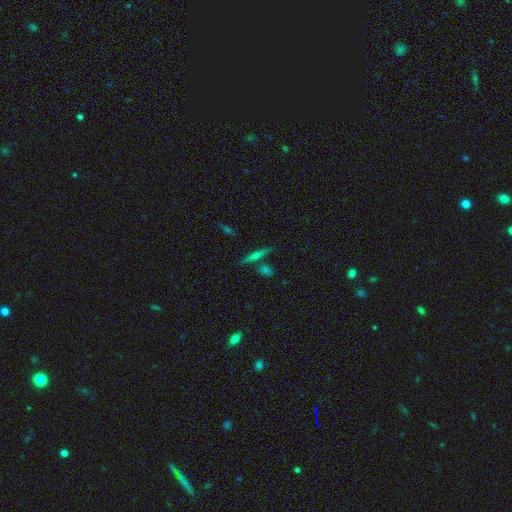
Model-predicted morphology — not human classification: smooth_or_featured: featured or disk (p=0.51) [alt: smooth p=0.38]
disk_edge_on: yes (p=0.95) [alt: no p=0.05]
merging: none (p=0.80) [alt: merger p=0.09]